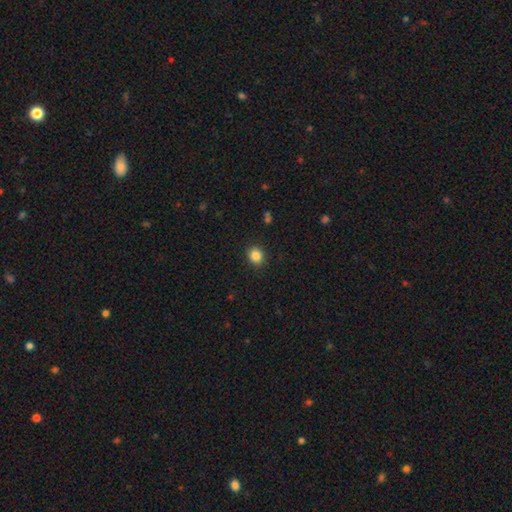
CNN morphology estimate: Smooth or featured? Predicted: smooth (p=0.85). How rounded? Predicted: round (p=0.71). Merging? Predicted: none (p=0.90).